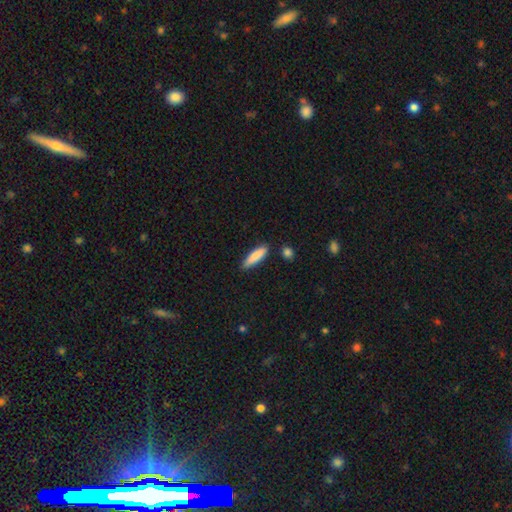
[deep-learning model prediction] A smooth galaxy with no disk features (84%) that is cigar-shaped (72%). Merging: none (83%).